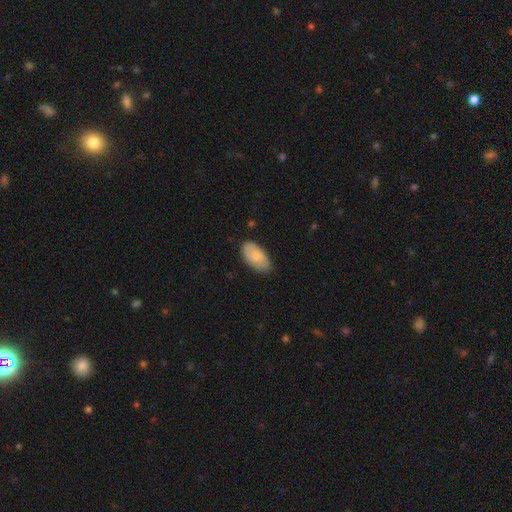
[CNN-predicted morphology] smooth-or-featured: smooth: 74% | featured or disk: 21% | star or artifact: 5%
  how-rounded: in between: 95% | round: 3% | cigar-shaped: 2%
  merging: none: 81% | minor disturbance: 15% | major disturbance: 2% | merger: 1%